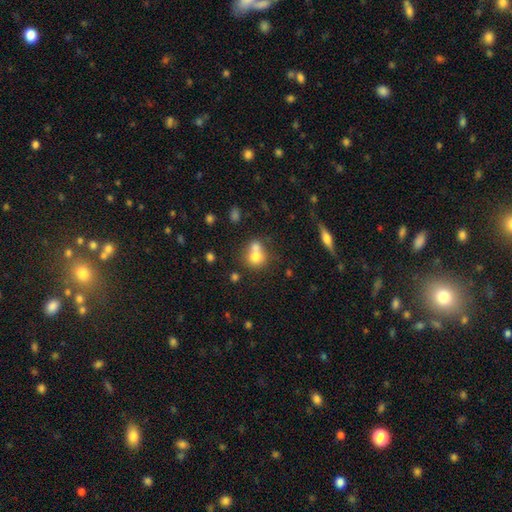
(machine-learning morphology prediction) Smooth or featured?
  - smooth: 72% *
  - featured or disk: 17%
  - star or artifact: 11%
How rounded?
  - round: 74% *
  - in between: 25%
  - cigar-shaped: 1%
Merging?
  - merger: 53% *
  - none: 34%
  - minor disturbance: 9%
  - major disturbance: 4%